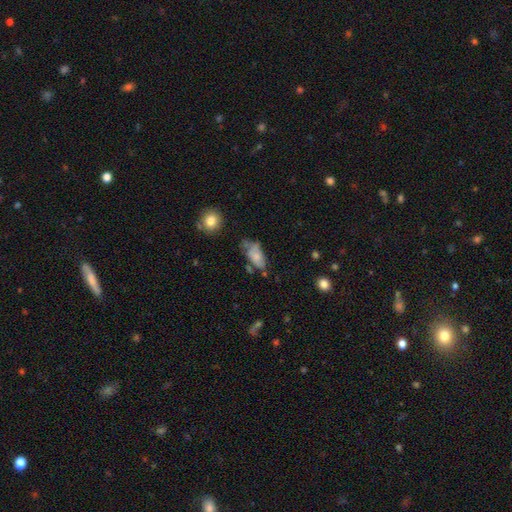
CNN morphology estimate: smooth_or_featured: smooth (p=0.61) [alt: featured or disk p=0.29]
how_rounded: in between (p=0.89) [alt: cigar-shaped p=0.07]
merging: none (p=0.36) [alt: minor disturbance p=0.33]